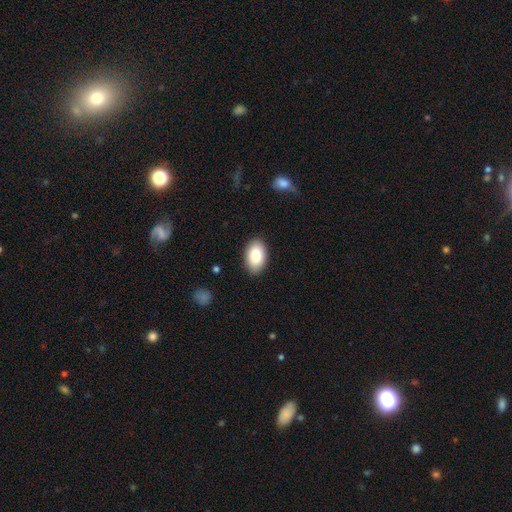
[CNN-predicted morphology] Smooth or featured: smooth — 87% (star or artifact — 7%)
How rounded: in between — 93% (round — 6%)
Merging: none — 87% (minor disturbance — 9%)